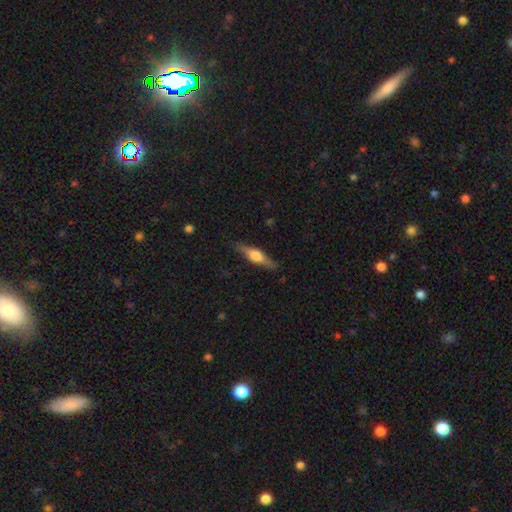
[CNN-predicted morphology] smooth_or_featured: featured or disk (p=0.63) [alt: smooth p=0.31]
disk_edge_on: yes (p=0.96) [alt: no p=0.04]
edge_on_bulge: rounded (p=0.91) [alt: boxy p=0.07]
merging: none (p=0.86) [alt: minor disturbance p=0.10]